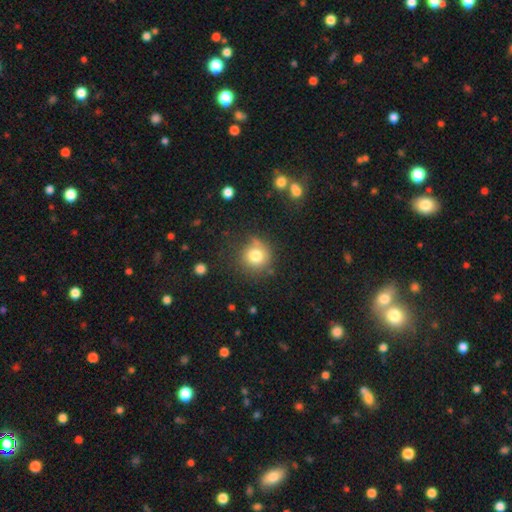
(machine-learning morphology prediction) Q: Smooth or featured?
A: smooth (78%); runner-up: star or artifact (12%)
Q: How rounded?
A: round (91%); runner-up: in between (8%)
Q: Merging?
A: none (71%); runner-up: minor disturbance (17%)